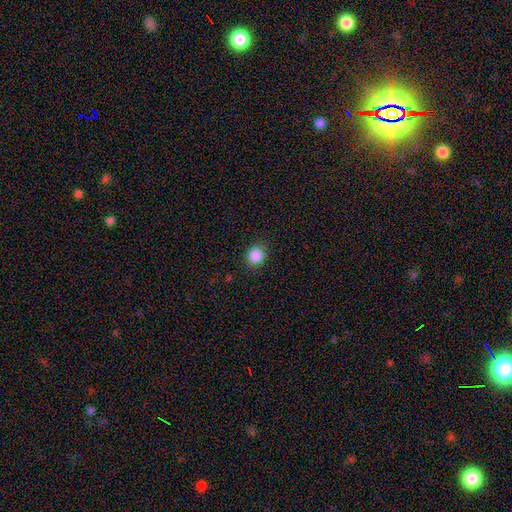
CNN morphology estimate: A smooth galaxy with no disk features (87%) that is round (76%).

Vote fractions:
- Smooth or featured? smooth: 87% / star or artifact: 10% / featured or disk: 3%
- How rounded? round: 76% / in between: 23% / cigar-shaped: 1%
- Merging? none: 86% / minor disturbance: 10% / major disturbance: 3% / merger: 1%